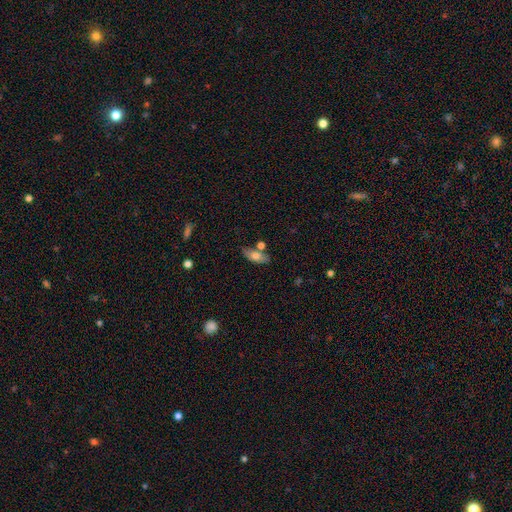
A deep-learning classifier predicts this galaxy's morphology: Overall: smooth (67%). How rounded: in between (81%). Merging: none (61%).